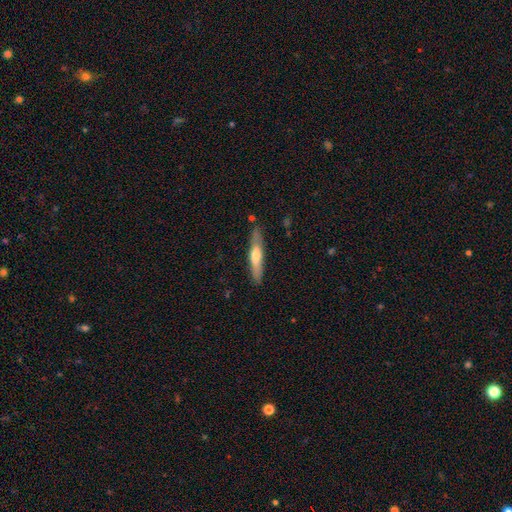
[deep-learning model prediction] This appears to be a smooth galaxy with no disk features (51%) that is cigar-shaped (87%). Merging: none (85%).